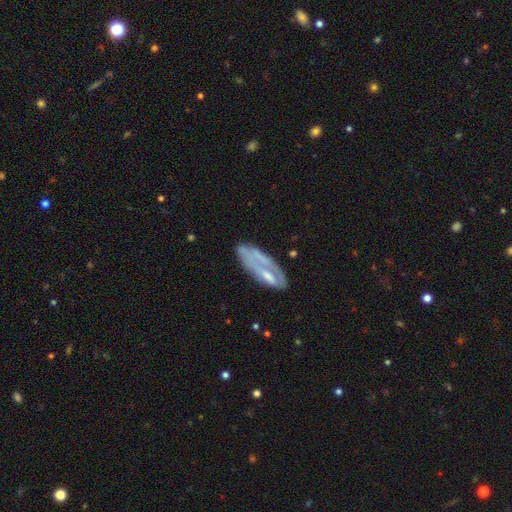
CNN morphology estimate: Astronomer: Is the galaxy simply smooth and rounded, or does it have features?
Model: featured or disk — 51% (runner-up: smooth, 42%).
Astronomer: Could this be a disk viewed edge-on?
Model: no — 82%.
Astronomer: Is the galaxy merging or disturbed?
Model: none — 44% (runner-up: minor disturbance, 26%).